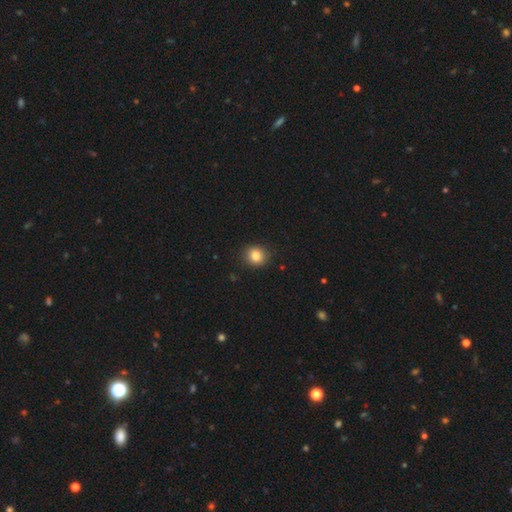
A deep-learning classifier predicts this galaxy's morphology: A smooth galaxy with no disk features (83%) that is round (79%). Merging: none (89%).